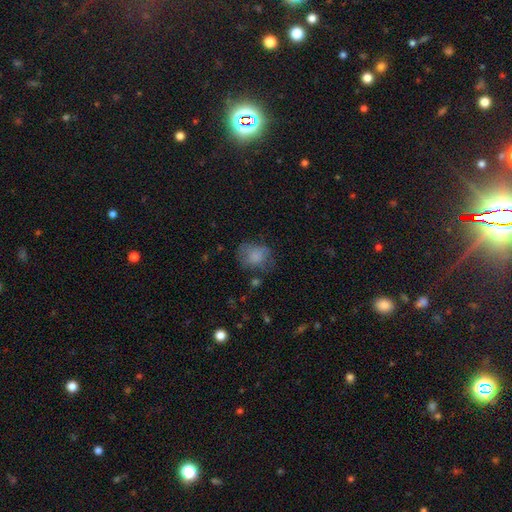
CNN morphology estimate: This is likely a smooth galaxy (73%). How rounded: possibly in between (52%). Merging: marginally none (43%).